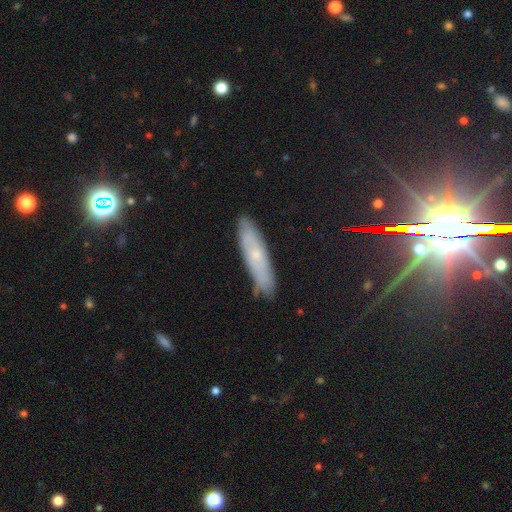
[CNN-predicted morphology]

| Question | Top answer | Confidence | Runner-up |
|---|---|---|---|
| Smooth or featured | smooth | 46% | featured or disk (44%) |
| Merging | none | 86% | minor disturbance (11%) |